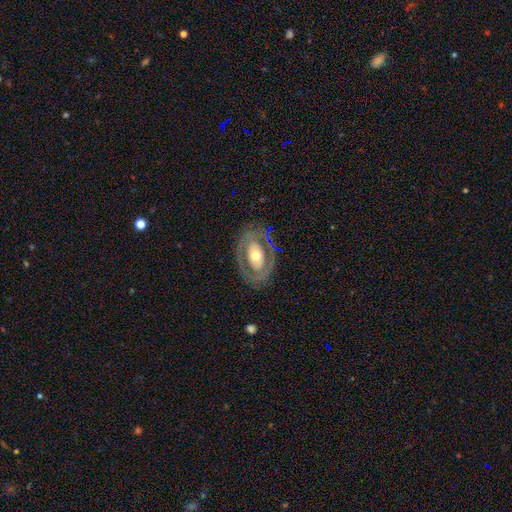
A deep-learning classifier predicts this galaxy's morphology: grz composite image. It shows a featured or disk galaxy (66%) with no bar (69%), no spiral arms (64%) and a moderate central bulge (65%). Merging: none (75%).